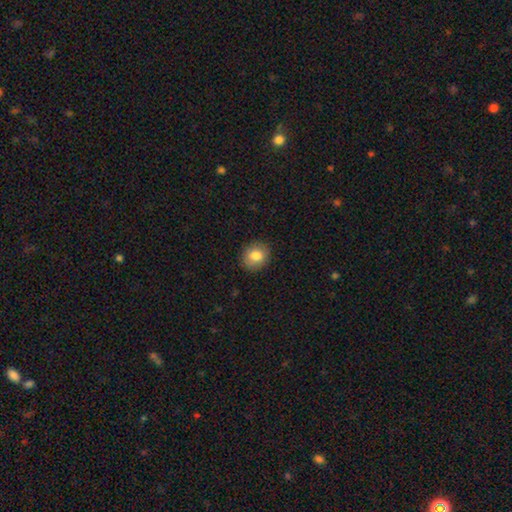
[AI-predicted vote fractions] A smooth galaxy with no disk features (83%) that is round (66%).

Vote fractions:
- Smooth or featured? smooth: 83% / star or artifact: 9% / featured or disk: 8%
- How rounded? round: 66% / in between: 33% / cigar-shaped: 1%
- Merging? none: 89% / minor disturbance: 8% / major disturbance: 2% / merger: 1%